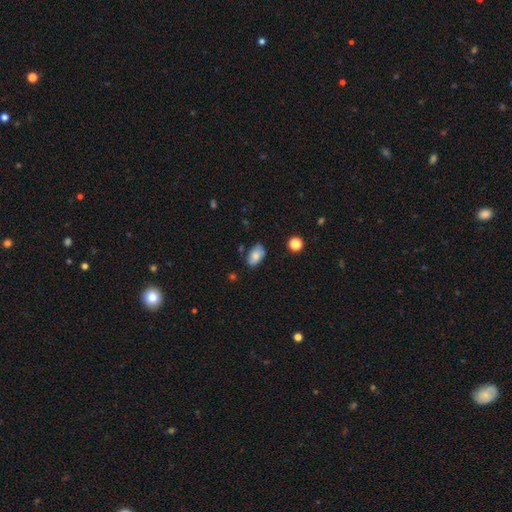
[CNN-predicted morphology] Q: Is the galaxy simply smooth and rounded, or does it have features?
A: smooth — 80%.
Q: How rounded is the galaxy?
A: in between — 92%.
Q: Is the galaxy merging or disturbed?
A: none — 74%.